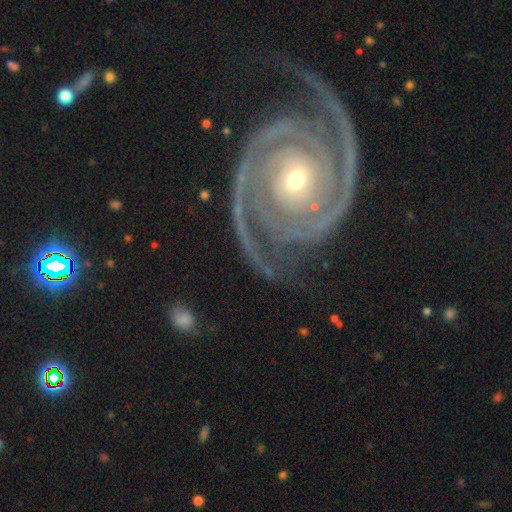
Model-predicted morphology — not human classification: Smooth or featured: featured or disk — 92% (star or artifact — 5%)
Edge-on disk: no — 98% (yes — 2%)
Bar: no — 66% (weak — 19%)
Spiral arms: yes — 99% (no — 1%)
Spiral winding: tight — 75% (medium — 21%)
Spiral arm count: 2 — 81% (3 — 6%)
Bulge size: small — 56% (moderate — 40%)
Merging: none — 77% (minor disturbance — 14%)